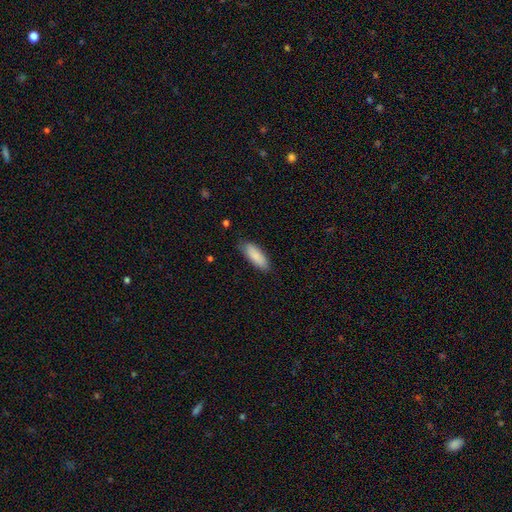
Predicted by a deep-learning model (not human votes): smooth-or-featured: smooth: 87% | featured or disk: 7% | star or artifact: 6%
  how-rounded: in between: 72% | cigar-shaped: 27% | round: 2%
  merging: none: 83% | minor disturbance: 14% | major disturbance: 2% | merger: 1%